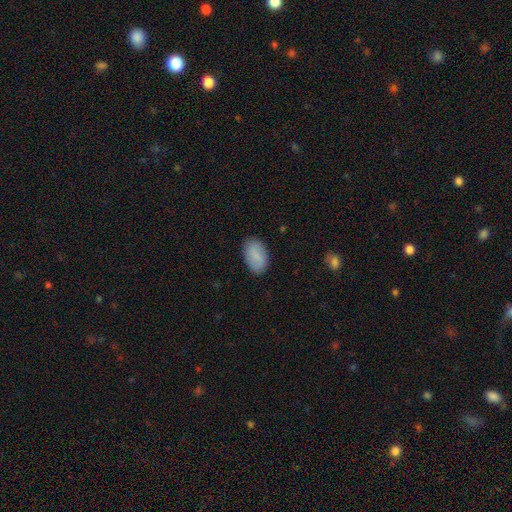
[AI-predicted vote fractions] Smooth or featured: smooth — 80% (featured or disk — 13%)
How rounded: in between — 93% (round — 6%)
Merging: none — 85% (minor disturbance — 11%)